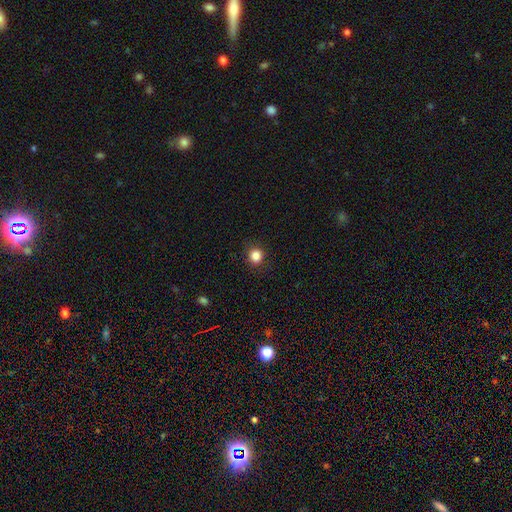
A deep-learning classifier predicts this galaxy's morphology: The model was most divided on "smooth or featured": smooth: 84%, star or artifact: 12%, featured or disk: 5%. More confident: merging — none (90%); how rounded — round (89%).